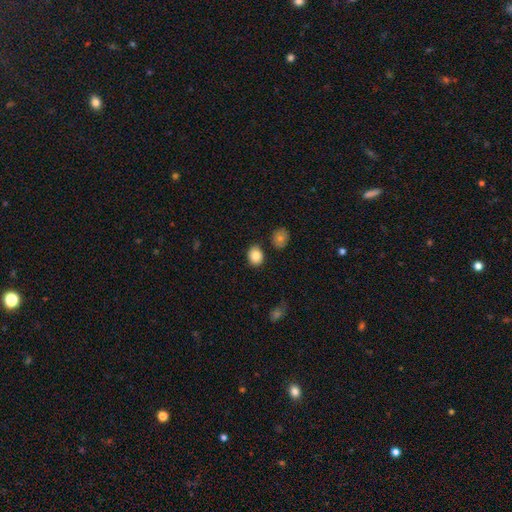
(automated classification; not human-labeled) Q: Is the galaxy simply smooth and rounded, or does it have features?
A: smooth — 86%.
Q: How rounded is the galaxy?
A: round — 59%.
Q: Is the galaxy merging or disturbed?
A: none — 84%.